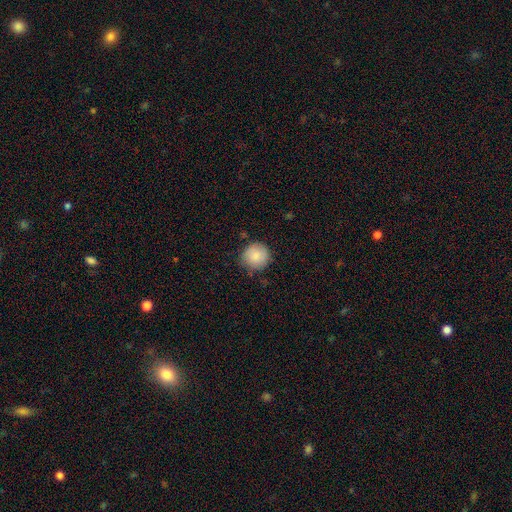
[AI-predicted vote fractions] Smooth or featured?
  - smooth: 85% *
  - star or artifact: 8%
  - featured or disk: 7%
How rounded?
  - round: 93% *
  - in between: 6%
  - cigar-shaped: 1%
Merging?
  - none: 81% *
  - minor disturbance: 14%
  - major disturbance: 3%
  - merger: 2%